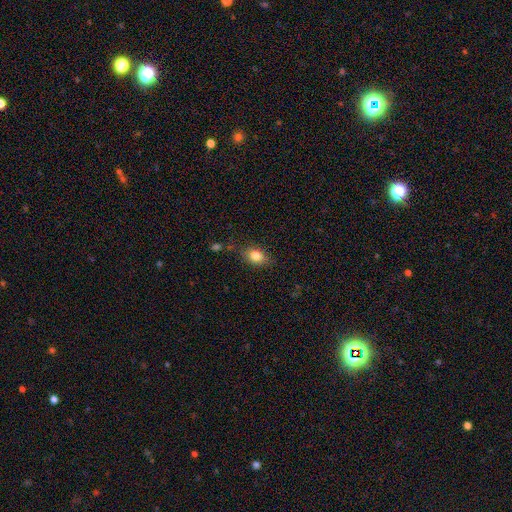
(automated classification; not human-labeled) Q: Smooth or featured?
A: smooth (83%); runner-up: star or artifact (9%)
Q: How rounded?
A: in between (73%); runner-up: round (25%)
Q: Merging?
A: none (77%); runner-up: minor disturbance (16%)